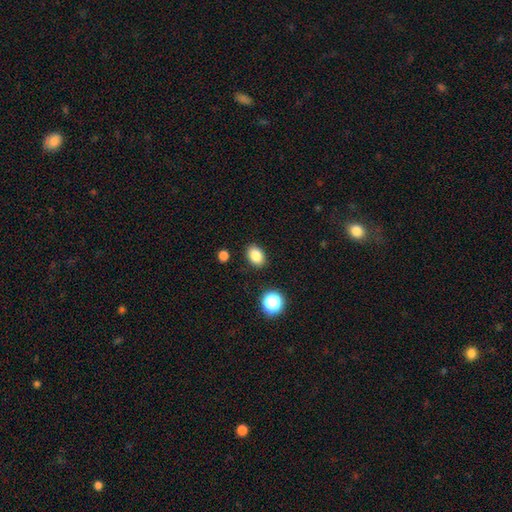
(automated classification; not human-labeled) smooth 84%, star or artifact 10%, featured or disk 5%. Down the decision tree: how rounded — in between (77%); merging — none (87%).